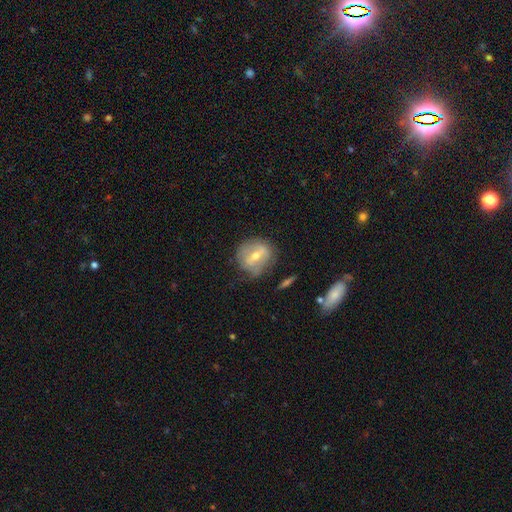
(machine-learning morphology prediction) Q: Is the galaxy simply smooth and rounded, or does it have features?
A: featured or disk — 53%.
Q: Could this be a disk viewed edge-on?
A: no — 91%.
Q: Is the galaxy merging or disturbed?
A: none — 63%.